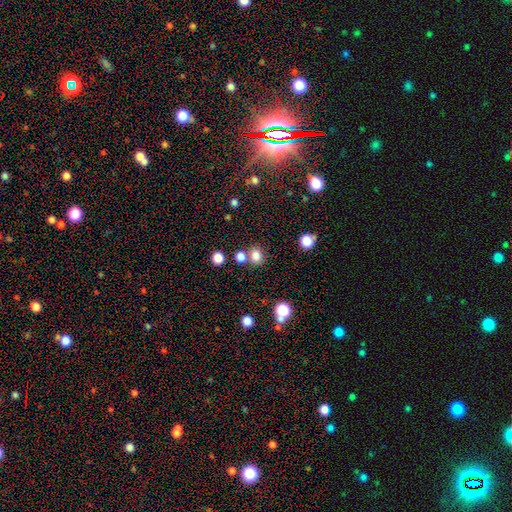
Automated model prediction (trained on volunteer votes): Smooth or featured? Predicted: smooth (p=0.80). How rounded? Predicted: round (p=0.62). Merging? Predicted: none (p=0.66).